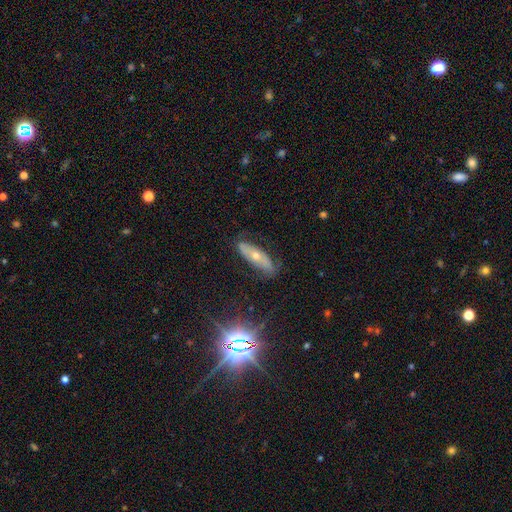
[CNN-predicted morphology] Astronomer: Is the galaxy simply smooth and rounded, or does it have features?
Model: featured or disk — 50% (runner-up: smooth, 30%).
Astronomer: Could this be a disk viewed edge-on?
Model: no — 54% (runner-up: yes, 46%).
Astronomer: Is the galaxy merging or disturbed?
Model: none — 78%.